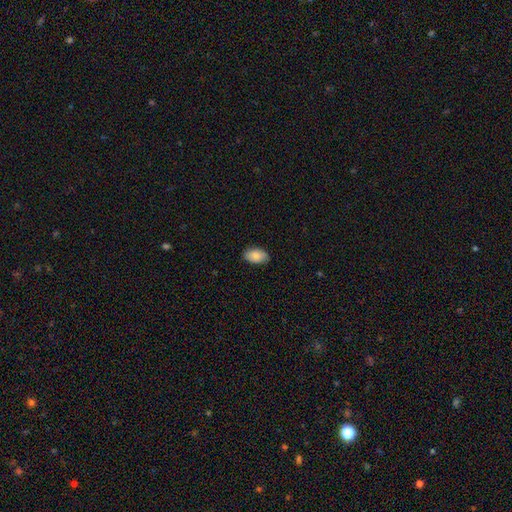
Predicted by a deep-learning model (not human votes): Q: Smooth or featured?
A: smooth (83%); runner-up: featured or disk (10%)
Q: How rounded?
A: in between (93%); runner-up: round (6%)
Q: Merging?
A: none (85%); runner-up: minor disturbance (12%)